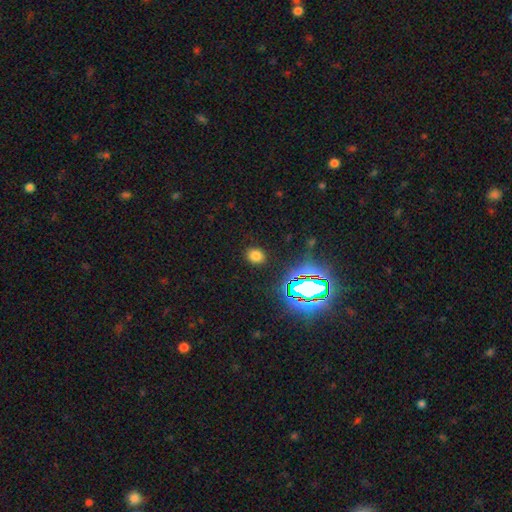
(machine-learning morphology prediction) Smooth or featured? smooth (71%)
How rounded? round (64%)
Merging? none (88%)